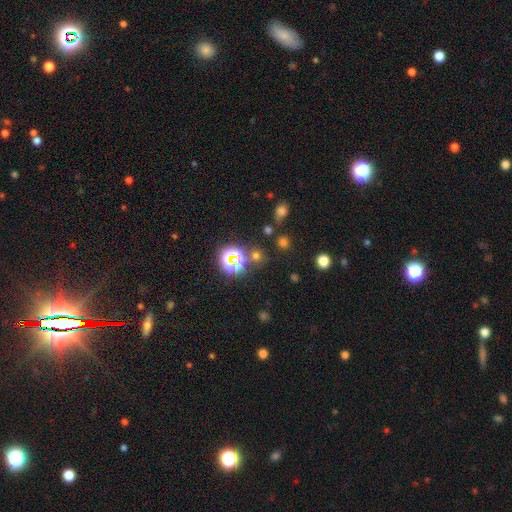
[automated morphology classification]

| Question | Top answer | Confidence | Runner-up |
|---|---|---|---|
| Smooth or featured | smooth | 54% | star or artifact (39%) |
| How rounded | round | 87% | in between (12%) |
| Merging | none | 76% | merger (10%) |